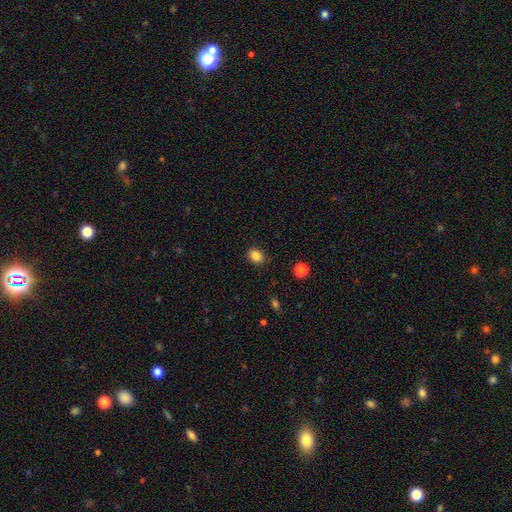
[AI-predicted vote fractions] Q: Smooth or featured?
A: smooth (85%); runner-up: star or artifact (11%)
Q: How rounded?
A: in between (53%); runner-up: round (46%)
Q: Merging?
A: none (85%); runner-up: minor disturbance (11%)